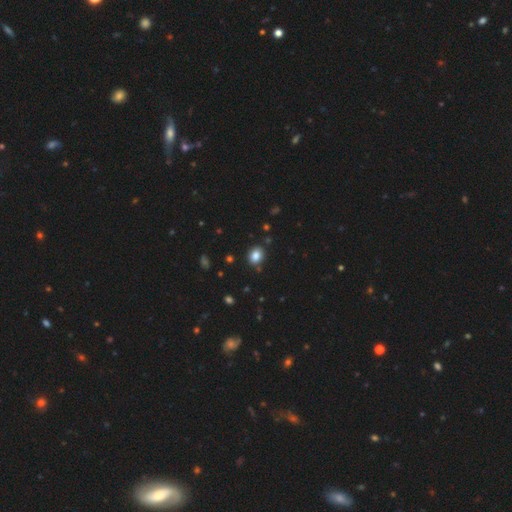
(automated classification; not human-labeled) smooth_or_featured: smooth (p=0.84) [alt: star or artifact p=0.11]
how_rounded: round (p=0.55) [alt: in between p=0.44]
merging: none (p=0.85) [alt: minor disturbance p=0.10]